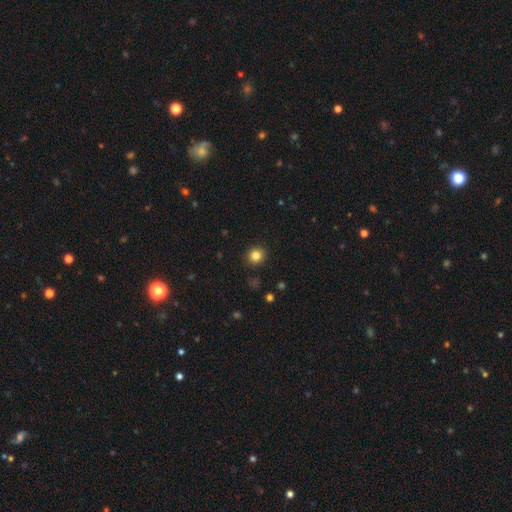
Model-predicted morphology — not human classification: smooth-or-featured: smooth: 84% | star or artifact: 12% | featured or disk: 5%
  how-rounded: round: 86% | in between: 13% | cigar-shaped: 1%
  merging: none: 90% | minor disturbance: 6% | major disturbance: 2% | merger: 1%